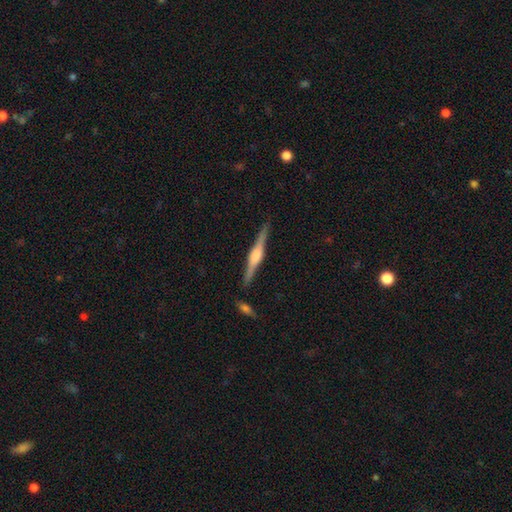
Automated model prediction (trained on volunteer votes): Overall: featured or disk (80%). Edge-on disk: yes (98%). Edge-on bulge: rounded (71%). Merging: none (89%).